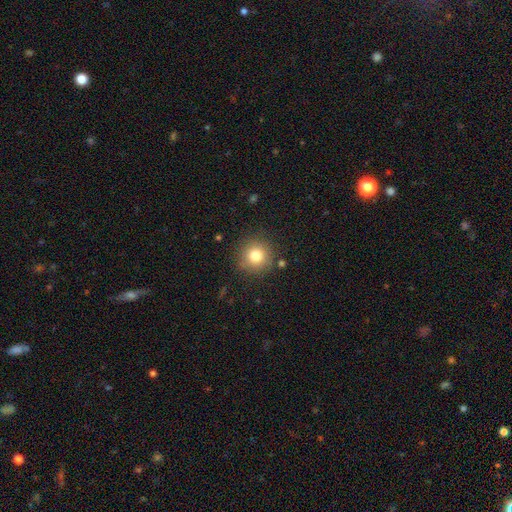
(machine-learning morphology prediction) Overall: smooth (79%). How rounded: round (94%). Merging: none (87%).